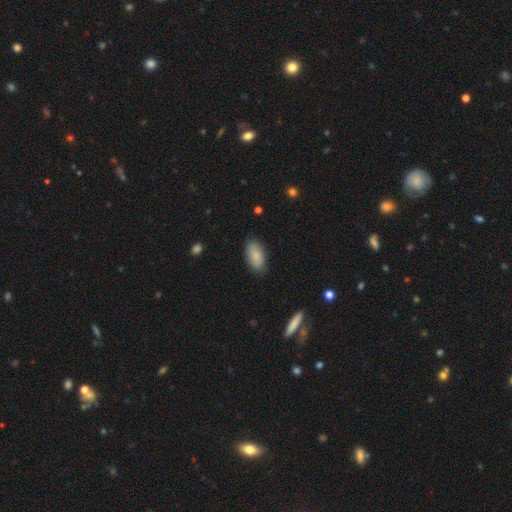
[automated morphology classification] Smooth or featured?
  - smooth: 85% *
  - featured or disk: 8%
  - star or artifact: 7%
How rounded?
  - in between: 93% *
  - cigar-shaped: 4%
  - round: 3%
Merging?
  - none: 82% *
  - minor disturbance: 14%
  - major disturbance: 3%
  - merger: 1%